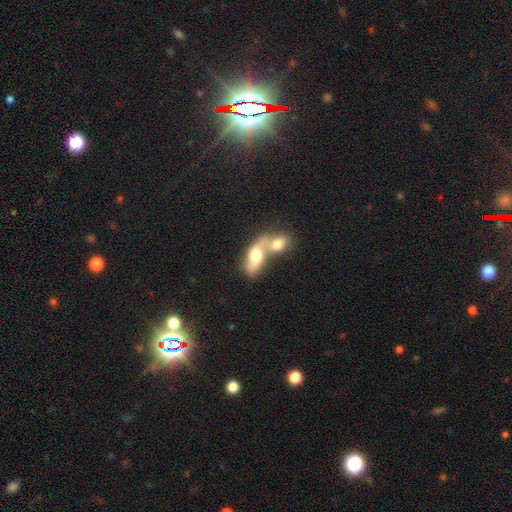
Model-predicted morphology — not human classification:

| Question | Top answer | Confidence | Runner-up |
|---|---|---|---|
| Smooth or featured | smooth | 66% | featured or disk (27%) |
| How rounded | in between | 84% | cigar-shaped (9%) |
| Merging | merger | 76% | none (14%) |